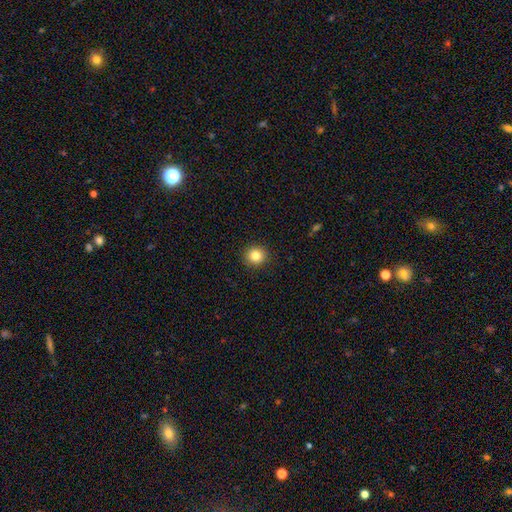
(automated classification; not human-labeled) Q: Smooth or featured?
A: smooth (83%); runner-up: star or artifact (11%)
Q: How rounded?
A: round (91%); runner-up: in between (8%)
Q: Merging?
A: none (92%); runner-up: minor disturbance (5%)